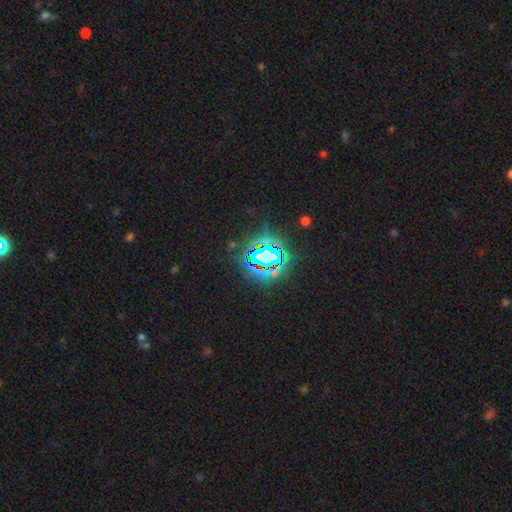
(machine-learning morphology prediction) type=star or artifact (82%).